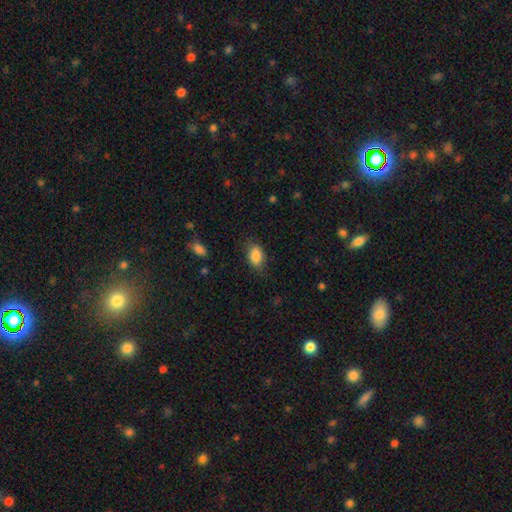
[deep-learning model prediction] A smooth galaxy with no disk features (86%) that is in between round and cigar-shaped (85%).

Vote fractions:
- Smooth or featured? smooth: 86% / star or artifact: 8% / featured or disk: 6%
- How rounded? in between: 85% / round: 13% / cigar-shaped: 2%
- Merging? none: 76% / minor disturbance: 18% / major disturbance: 5% / merger: 1%